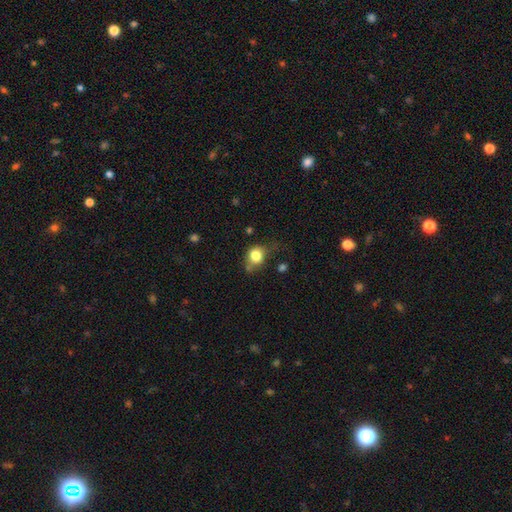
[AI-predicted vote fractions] Morphology: type=smooth (81%); roundness=round (69%); merging=none (57%).